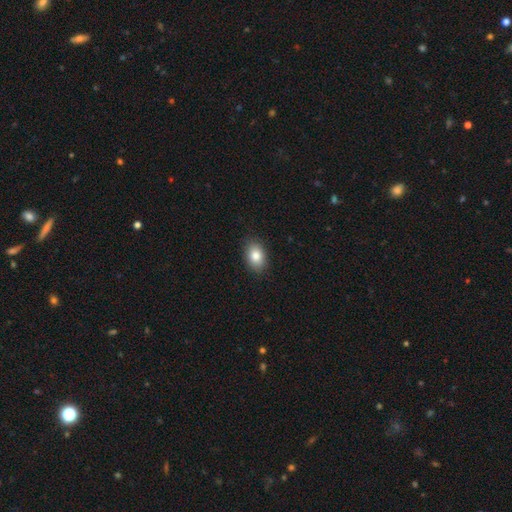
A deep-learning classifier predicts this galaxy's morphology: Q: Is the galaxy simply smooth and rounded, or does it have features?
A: smooth — 83%.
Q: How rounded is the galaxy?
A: in between — 84%.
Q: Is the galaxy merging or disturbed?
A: none — 88%.